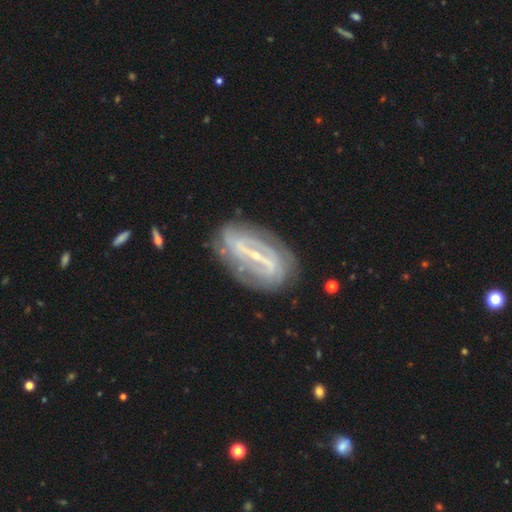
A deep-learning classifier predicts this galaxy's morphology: A featured or disk galaxy (84%) with a strong bar (71%), 2 (51%) tight (49%) spiral arms (86%) and a small central bulge (78%).

Vote fractions:
- Smooth or featured? featured or disk: 84% / smooth: 9% / star or artifact: 7%
- Edge-on disk? no: 91% / yes: 9%
- Bar? strong: 71% / weak: 21% / no: 9%
- Spiral arms? yes: 86% / no: 14%
- Spiral winding? tight: 49% / medium: 33% / loose: 19%
- Spiral arm count? 2: 51% / can't tell: 30% / 3: 7% / 4: 5% / 1: 4% / more than 4: 4%
- Bulge size? small: 78% / moderate: 15% / none: 4% / large: 1% / dominant: 1%
- Merging? none: 75% / minor disturbance: 16% / major disturbance: 7% / merger: 2%